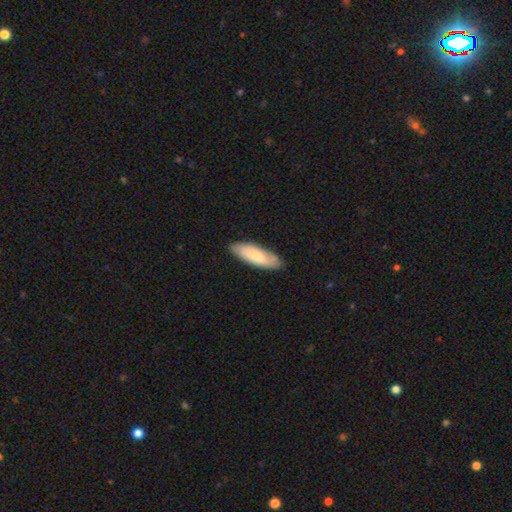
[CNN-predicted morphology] A smooth galaxy with no disk features (74%) that is in between round and cigar-shaped (59%). Merging: none (84%).